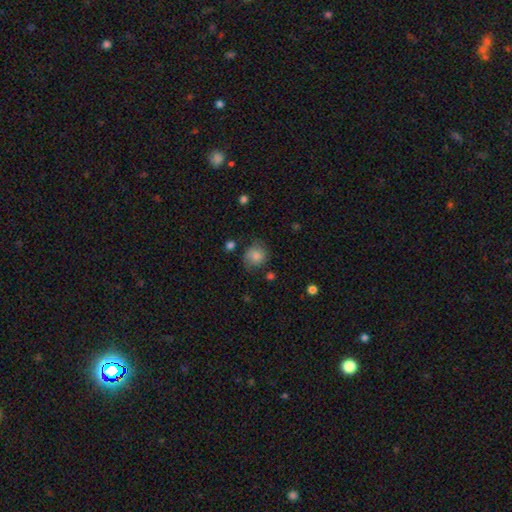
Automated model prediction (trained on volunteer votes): smooth-or-featured: smooth: 80% | featured or disk: 11% | star or artifact: 9%
  how-rounded: round: 80% | in between: 19% | cigar-shaped: 1%
  merging: none: 66% | minor disturbance: 24% | major disturbance: 7% | merger: 3%